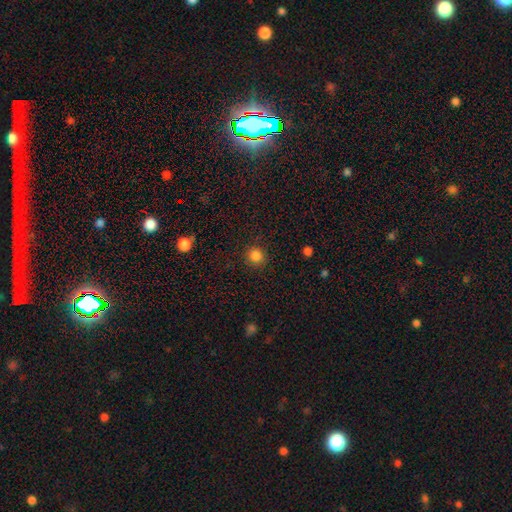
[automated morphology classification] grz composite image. It shows a smooth galaxy with no disk features (84%) that is round (91%). Merging: none (89%).